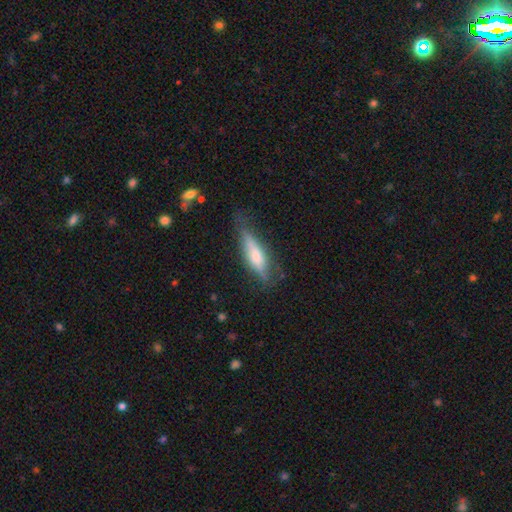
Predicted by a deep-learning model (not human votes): Smooth or featured? Predicted: smooth (p=0.57). How rounded? Predicted: cigar-shaped (p=0.64). Merging? Predicted: none (p=0.61).